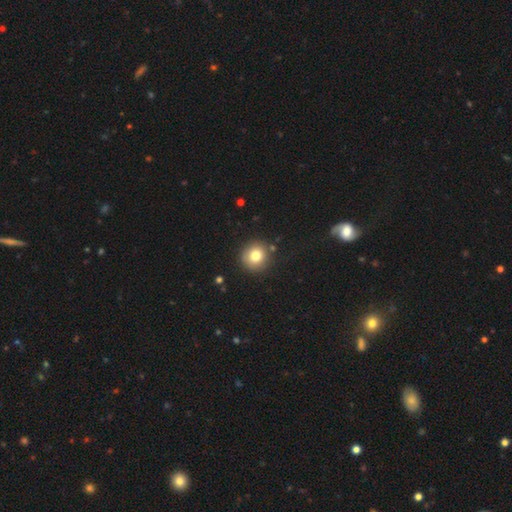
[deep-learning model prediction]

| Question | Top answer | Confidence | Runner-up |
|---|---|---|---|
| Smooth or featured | smooth | 78% | star or artifact (11%) |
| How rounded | round | 92% | in between (7%) |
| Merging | none | 87% | minor disturbance (8%) |